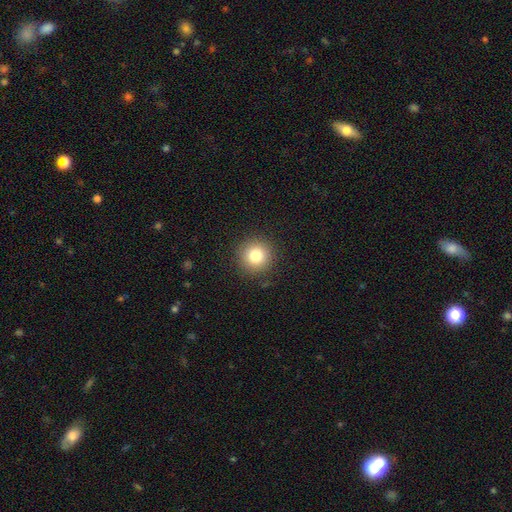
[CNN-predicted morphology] smooth-or-featured: smooth: 82% | star or artifact: 11% | featured or disk: 7%
  how-rounded: round: 95% | in between: 4% | cigar-shaped: 1%
  merging: none: 90% | minor disturbance: 6% | major disturbance: 2% | merger: 1%